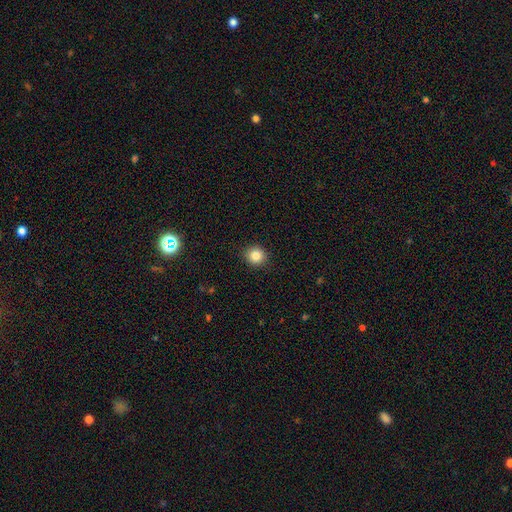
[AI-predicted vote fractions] A smooth galaxy with no disk features (84%) that is round (91%). Merging: none (91%).